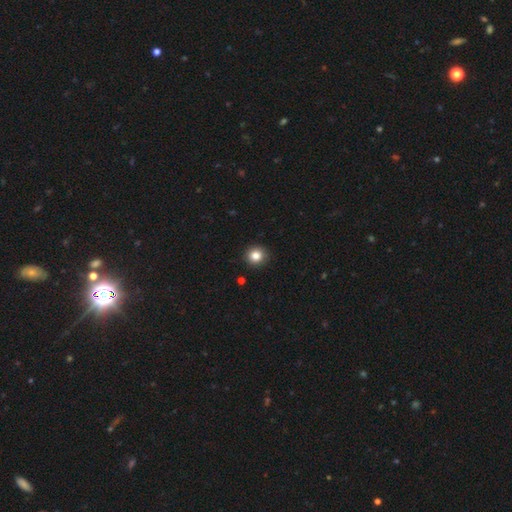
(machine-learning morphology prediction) This is clearly a smooth galaxy (84%). How rounded: clearly round (92%). Merging: clearly none (92%).